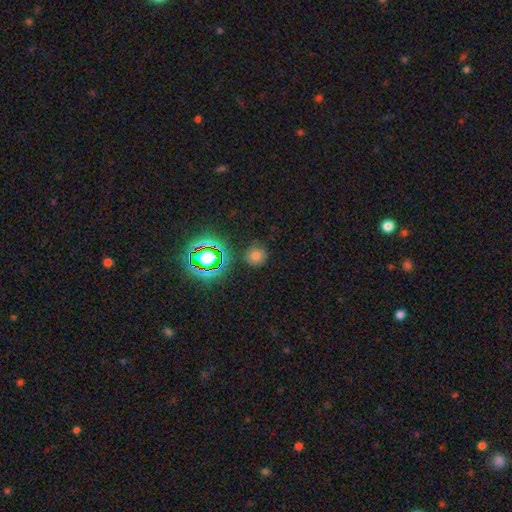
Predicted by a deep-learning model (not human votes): The model was most divided on "smooth or featured": smooth: 67%, star or artifact: 25%, featured or disk: 8%. More confident: how rounded — round (89%); merging — none (82%).